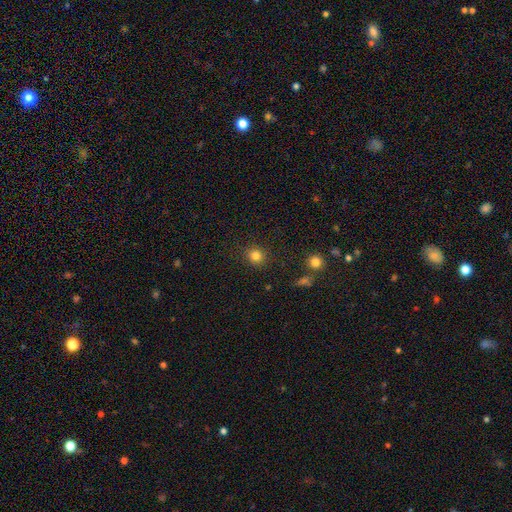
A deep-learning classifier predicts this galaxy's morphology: Overall: smooth (82%). How rounded: round (89%). Merging: none (89%).